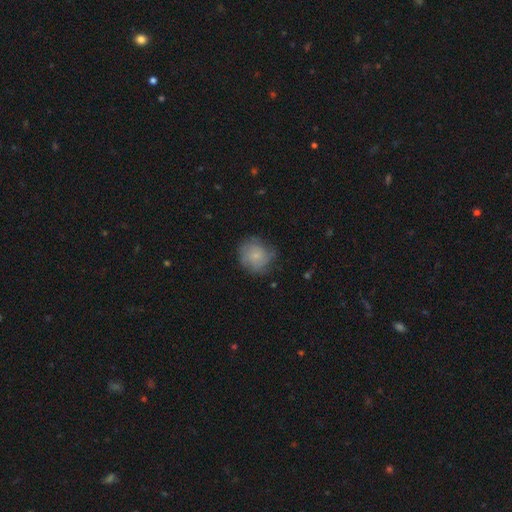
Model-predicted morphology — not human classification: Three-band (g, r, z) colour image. It shows a smooth galaxy with no disk features (66%) that is round (84%). Merging: none (64%).